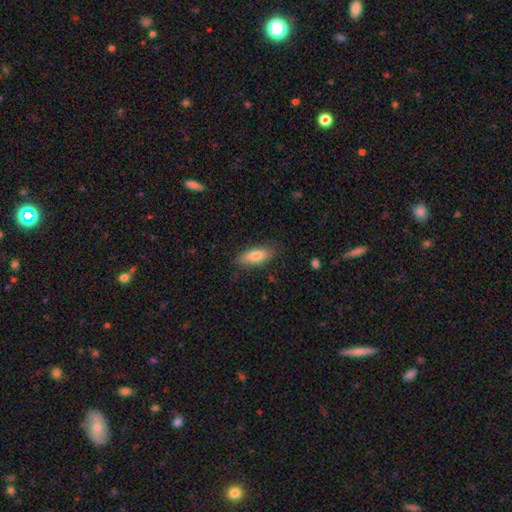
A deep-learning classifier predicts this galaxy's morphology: smooth_or_featured: smooth (p=0.82) [alt: featured or disk p=0.12]
how_rounded: in between (p=0.78) [alt: cigar-shaped p=0.20]
merging: none (p=0.81) [alt: minor disturbance p=0.15]